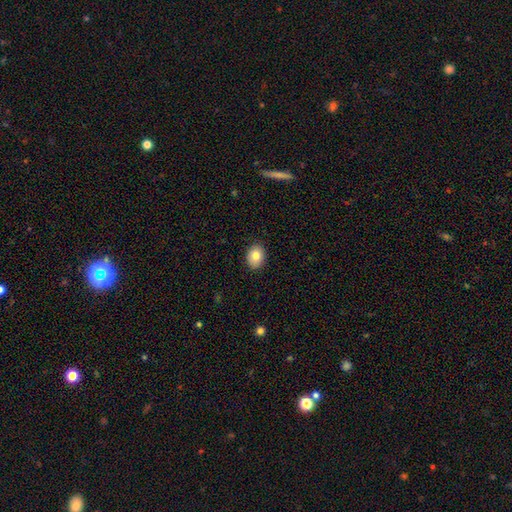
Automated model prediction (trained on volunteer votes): Morphology: type=smooth (81%); roundness=in between (58%); merging=none (89%).